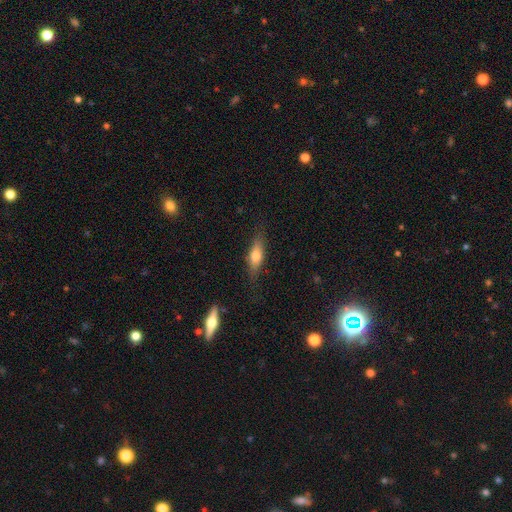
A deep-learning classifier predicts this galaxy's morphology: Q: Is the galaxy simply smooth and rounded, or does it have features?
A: smooth — 61%.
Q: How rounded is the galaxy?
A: in between — 51%.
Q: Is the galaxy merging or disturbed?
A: none — 78%.